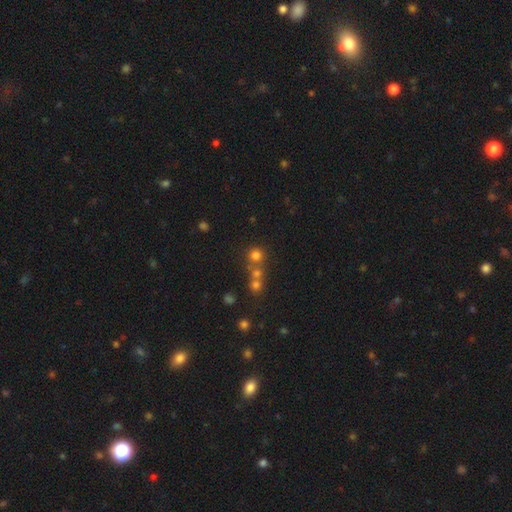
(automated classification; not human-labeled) Smooth or featured?
  - smooth: 71% *
  - star or artifact: 19%
  - featured or disk: 9%
How rounded?
  - round: 91% *
  - in between: 8%
  - cigar-shaped: 1%
Merging?
  - none: 57% *
  - merger: 33%
  - minor disturbance: 6%
  - major disturbance: 3%